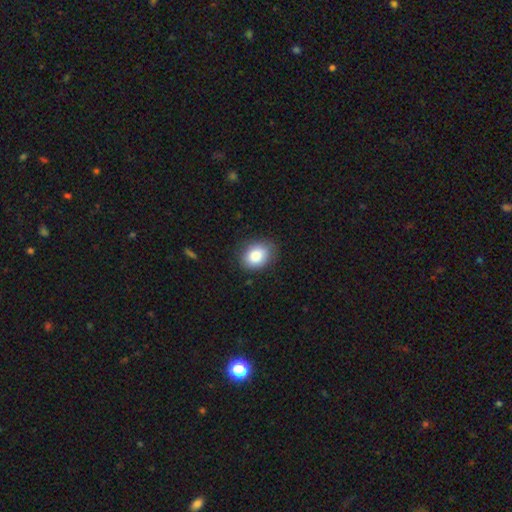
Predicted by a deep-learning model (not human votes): Smooth or featured?
  - smooth: 84% *
  - star or artifact: 8%
  - featured or disk: 8%
How rounded?
  - in between: 65% *
  - round: 34%
  - cigar-shaped: 1%
Merging?
  - none: 81% *
  - minor disturbance: 14%
  - major disturbance: 3%
  - merger: 1%